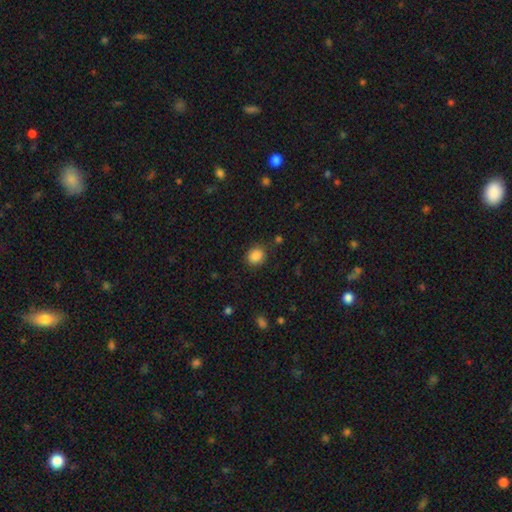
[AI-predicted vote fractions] smooth_or_featured: smooth (p=0.87) [alt: star or artifact p=0.10]
how_rounded: round (p=0.61) [alt: in between p=0.38]
merging: none (p=0.82) [alt: minor disturbance p=0.12]